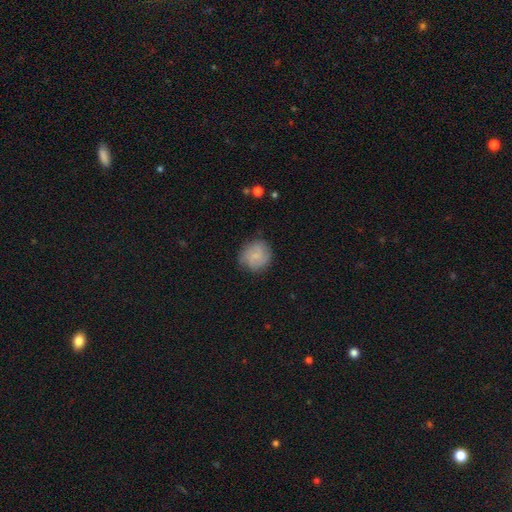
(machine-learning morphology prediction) smooth-or-featured: smooth: 62% | featured or disk: 31% | star or artifact: 8%
  how-rounded: round: 85% | in between: 14% | cigar-shaped: 1%
  merging: none: 79% | minor disturbance: 15% | major disturbance: 4% | merger: 1%